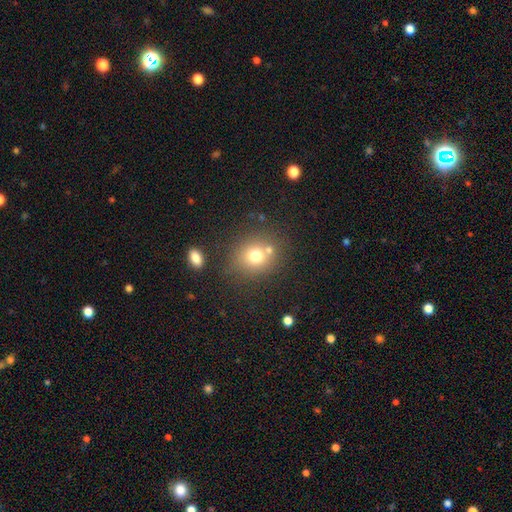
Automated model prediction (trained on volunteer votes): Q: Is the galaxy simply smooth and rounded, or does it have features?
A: smooth — 73%.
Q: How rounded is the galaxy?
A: round — 75%.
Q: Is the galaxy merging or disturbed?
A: none — 66%.